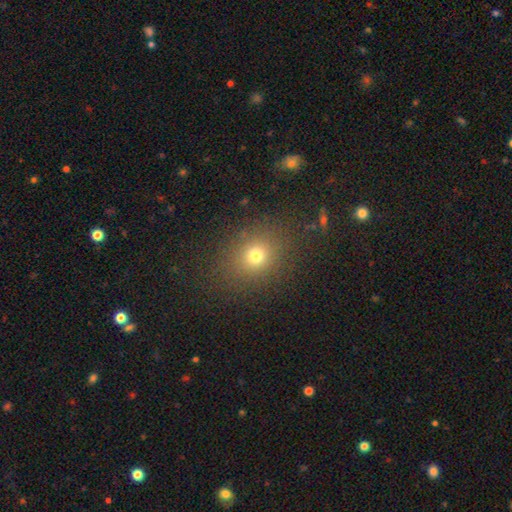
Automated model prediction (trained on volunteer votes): This appears to be a smooth galaxy with no disk features (71%) that is round (67%). Merging: none (85%).